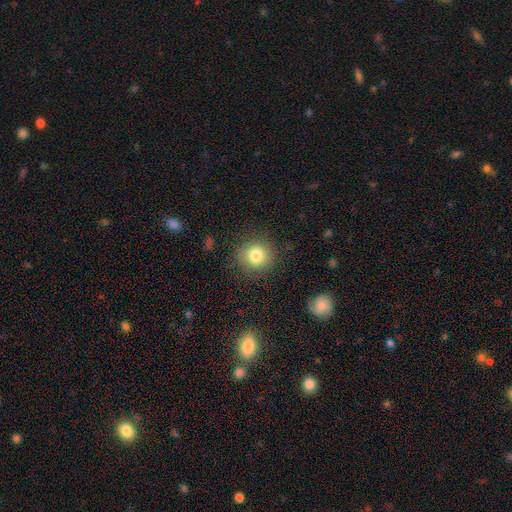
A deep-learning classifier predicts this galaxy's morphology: Smooth or featured? Predicted: smooth (p=0.81). How rounded? Predicted: round (p=0.89). Merging? Predicted: none (p=0.86).